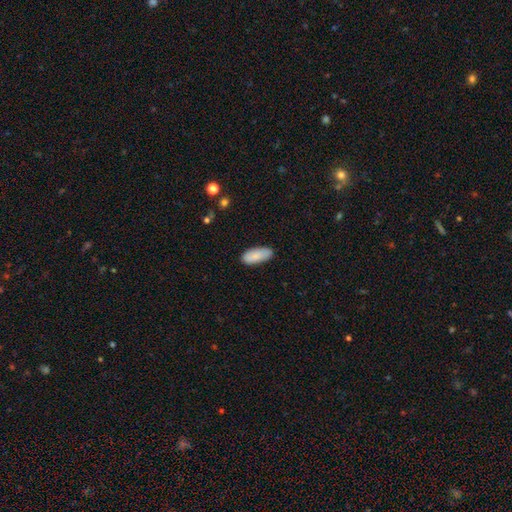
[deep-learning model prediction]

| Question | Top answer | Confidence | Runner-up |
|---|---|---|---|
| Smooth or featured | smooth | 86% | featured or disk (8%) |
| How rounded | in between | 83% | cigar-shaped (15%) |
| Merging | none | 83% | minor disturbance (13%) |